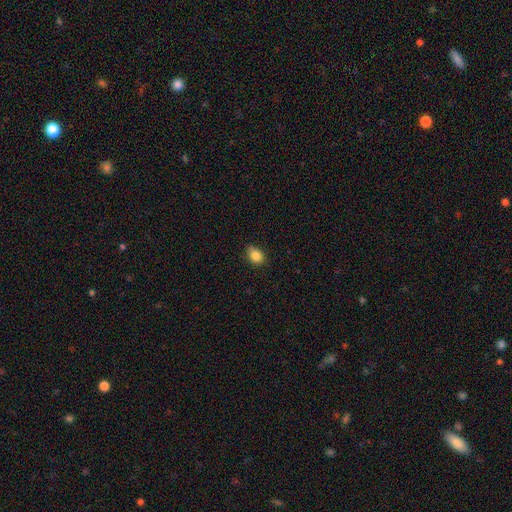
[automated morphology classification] Smooth or featured: smooth — 85% (star or artifact — 10%)
How rounded: in between — 58% (round — 41%)
Merging: none — 76% (minor disturbance — 20%)